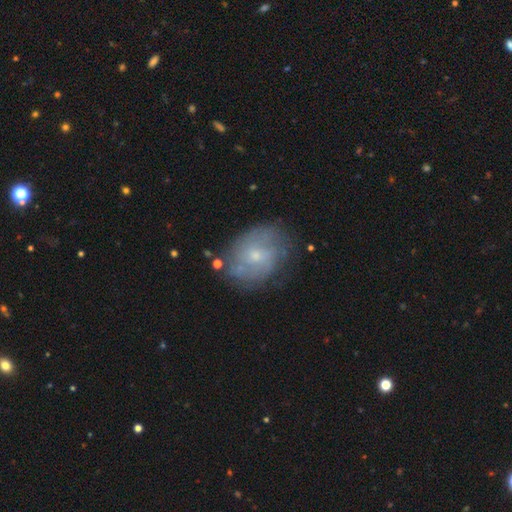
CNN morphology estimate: Smooth or featured? Predicted: featured or disk (p=0.56). Edge-on disk? Predicted: no (p=0.96). Bar? Predicted: no (p=0.66). Spiral arms? Predicted: yes (p=0.70). Bulge size? Predicted: small (p=0.62). Merging? Predicted: none (p=0.70).